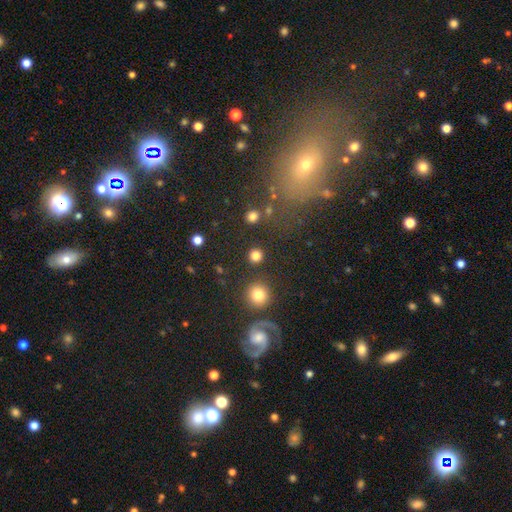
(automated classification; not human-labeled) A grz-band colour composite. It shows a smooth galaxy with no disk features (83%) that is round (92%). Merging: none (87%).